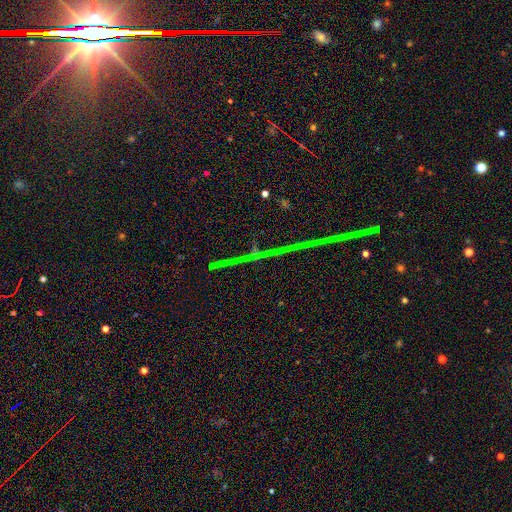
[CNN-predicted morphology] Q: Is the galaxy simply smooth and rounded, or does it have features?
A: star or artifact — 84%.